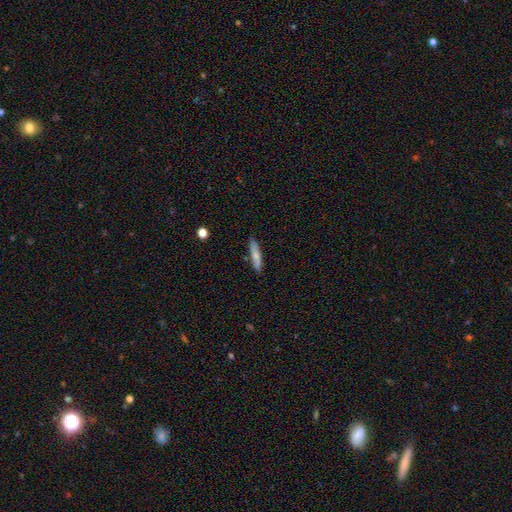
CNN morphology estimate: This is likely a smooth galaxy (67%). How rounded: clearly cigar-shaped (82%). Merging: clearly none (85%).